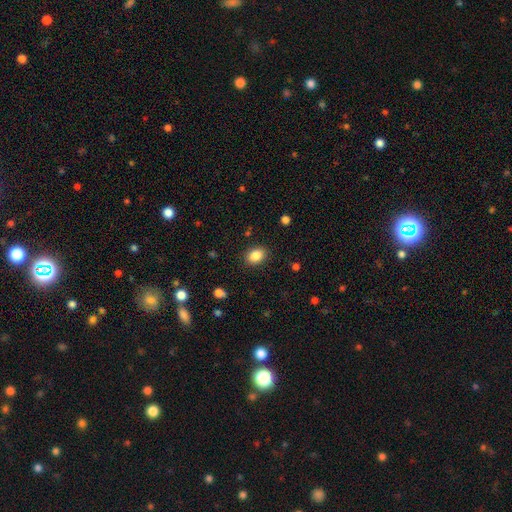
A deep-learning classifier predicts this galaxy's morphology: This appears to be a smooth galaxy with no disk features (86%) that is in between round and cigar-shaped (69%). Merging: none (88%).